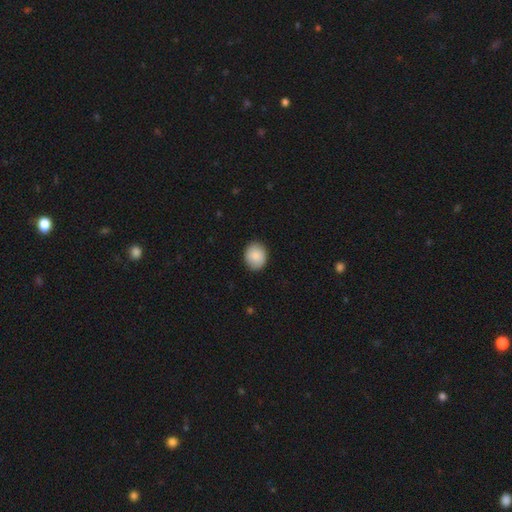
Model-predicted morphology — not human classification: Smooth or featured? Predicted: smooth (p=0.89). How rounded? Predicted: round (p=0.61). Merging? Predicted: none (p=0.89).